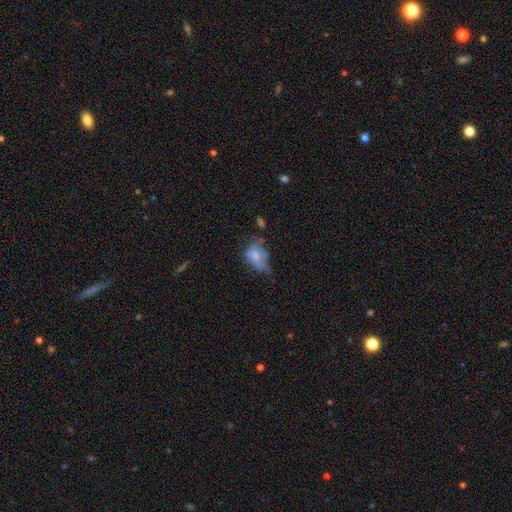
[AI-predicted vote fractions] Overall: smooth (61%; featured or disk 29%). How rounded: in between (79%). Merging: minor disturbance (33%; major disturbance 31%).